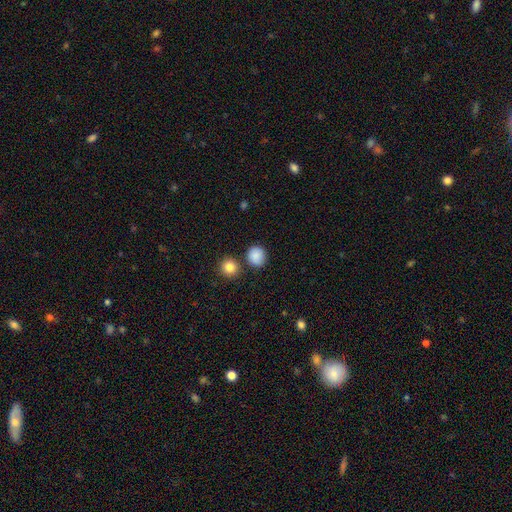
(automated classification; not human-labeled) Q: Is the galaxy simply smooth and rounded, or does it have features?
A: smooth — 87%.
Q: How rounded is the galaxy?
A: round — 87%.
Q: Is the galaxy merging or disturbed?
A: none — 80%.